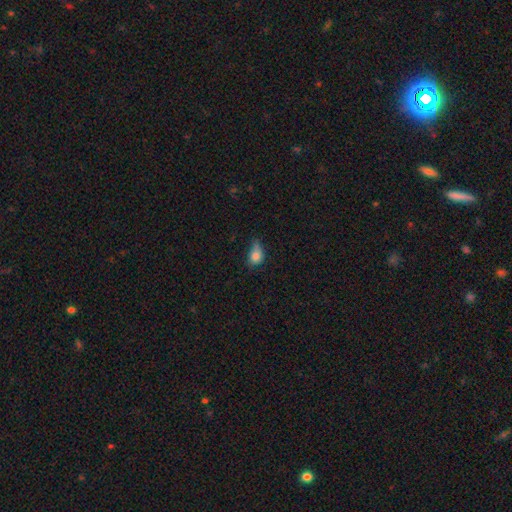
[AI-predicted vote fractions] This appears to be a smooth galaxy with no disk features (80%) that is in between round and cigar-shaped (60%). Merging: minor disturbance (44%).